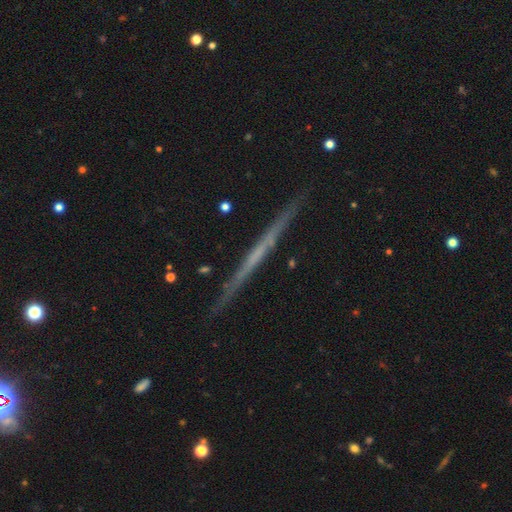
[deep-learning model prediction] smooth-or-featured: featured or disk: 66% | smooth: 28% | star or artifact: 6%
  disk-edge-on: yes: 98% | no: 2%
    edge-on-bulge: none: 89% | rounded: 6% | boxy: 4%
  merging: none: 90% | minor disturbance: 7% | major disturbance: 1% | merger: 1%